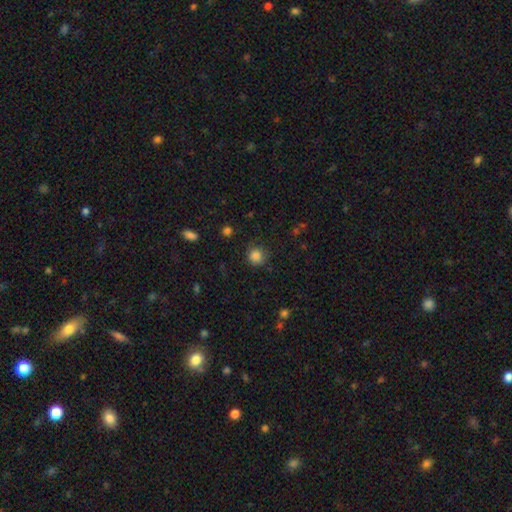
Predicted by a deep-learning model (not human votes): Overall: smooth (84%). How rounded: round (91%). Merging: none (82%).